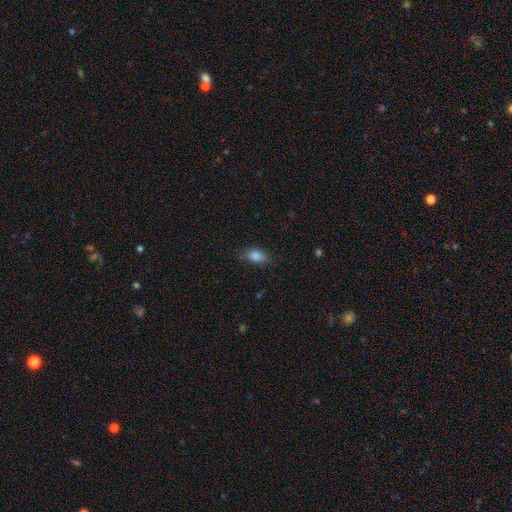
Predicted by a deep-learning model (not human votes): This appears to be a smooth galaxy with no disk features (84%) that is in between round and cigar-shaped (82%). Merging: none (78%).